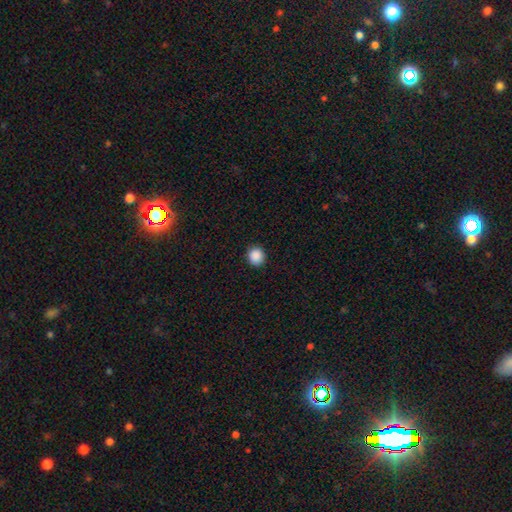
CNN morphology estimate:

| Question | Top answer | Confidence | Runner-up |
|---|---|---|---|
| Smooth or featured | smooth | 89% | star or artifact (9%) |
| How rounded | round | 89% | in between (11%) |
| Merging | none | 91% | minor disturbance (6%) |